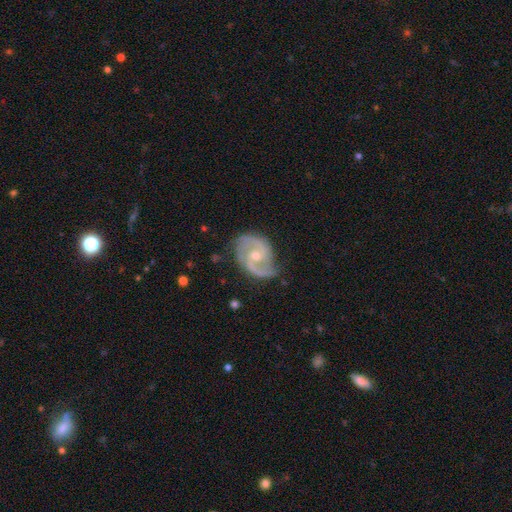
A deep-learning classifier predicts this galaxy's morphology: Smooth or featured? featured or disk (91%)
Edge-on disk? no (98%)
Bar? no (50%)
Spiral arms? yes (98%)
Spiral winding? medium (56%)
Spiral arm count? 2 (89%)
Bulge size? moderate (51%)
Merging? none (72%)